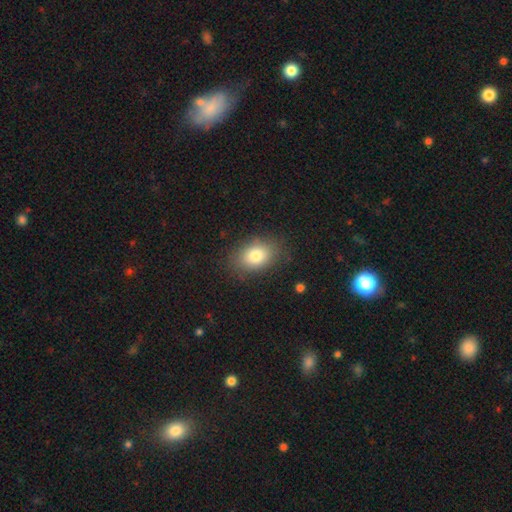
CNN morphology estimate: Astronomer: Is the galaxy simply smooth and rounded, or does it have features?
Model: smooth — 80%.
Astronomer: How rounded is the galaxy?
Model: in between — 79%.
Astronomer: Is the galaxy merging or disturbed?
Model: none — 82%.